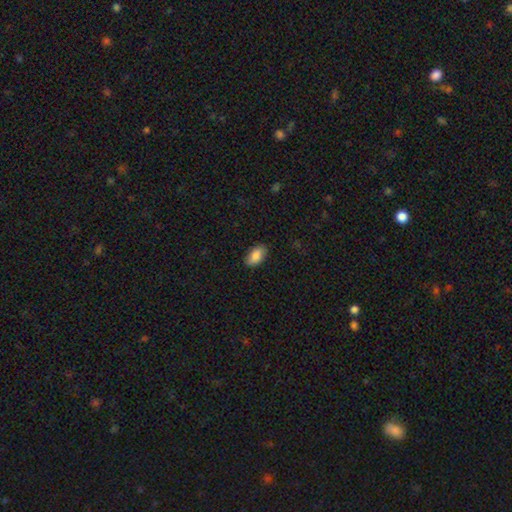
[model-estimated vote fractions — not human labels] This is clearly a smooth galaxy (87%). How rounded: clearly in between (93%). Merging: clearly none (87%).